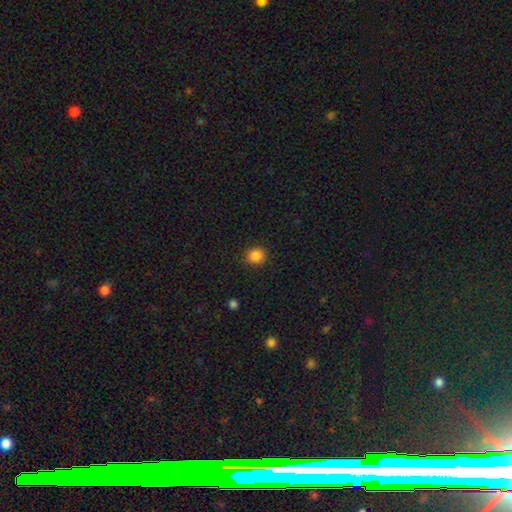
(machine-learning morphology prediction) type=smooth (86%); roundness=round (83%); merging=none (90%).